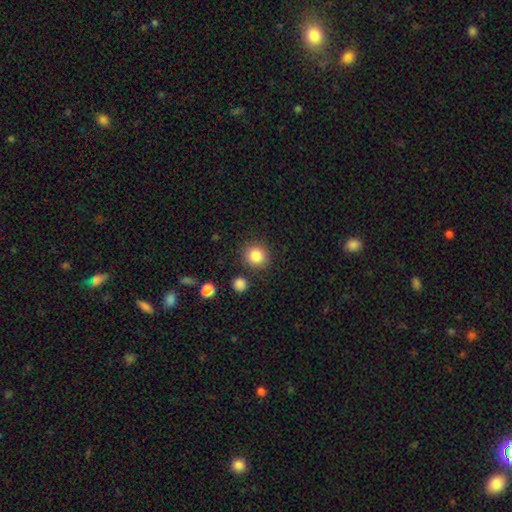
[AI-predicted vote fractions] Smooth or featured?
  - smooth: 85% *
  - star or artifact: 10%
  - featured or disk: 5%
How rounded?
  - round: 90% *
  - in between: 10%
  - cigar-shaped: 1%
Merging?
  - none: 85% *
  - minor disturbance: 8%
  - merger: 4%
  - major disturbance: 3%